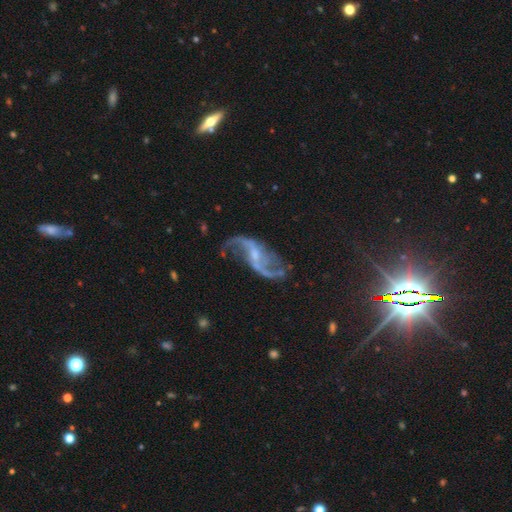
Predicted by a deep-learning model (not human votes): Smooth or featured? featured or disk (88%)
Edge-on disk? no (96%)
Bar? weak (47%)
Spiral arms? yes (95%)
Spiral winding? loose (81%)
Spiral arm count? 2 (89%)
Bulge size? small (55%)
Merging? none (62%)